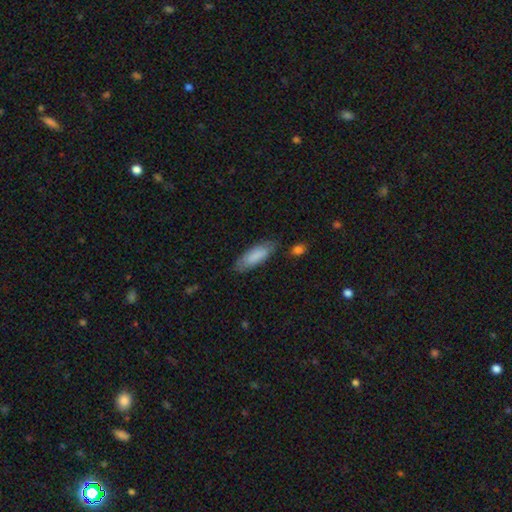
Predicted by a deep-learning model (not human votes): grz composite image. It shows a smooth galaxy with no disk features (83%) that is in between round and cigar-shaped (61%). Merging: none (78%).